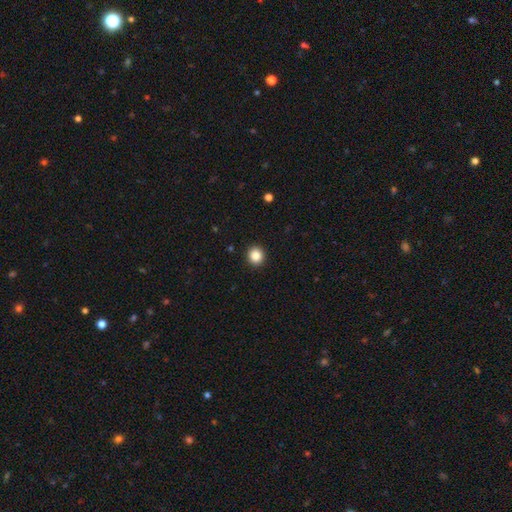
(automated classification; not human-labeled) smooth-or-featured: smooth: 86% | star or artifact: 10% | featured or disk: 4%
  how-rounded: round: 91% | in between: 8% | cigar-shaped: 1%
  merging: none: 92% | minor disturbance: 5% | major disturbance: 2% | merger: 1%